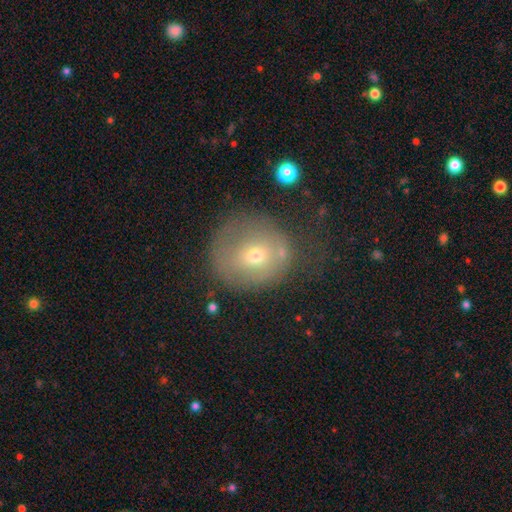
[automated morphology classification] This is possibly a smooth galaxy (54%). How rounded: clearly round (82%). Merging: possibly none (47%).